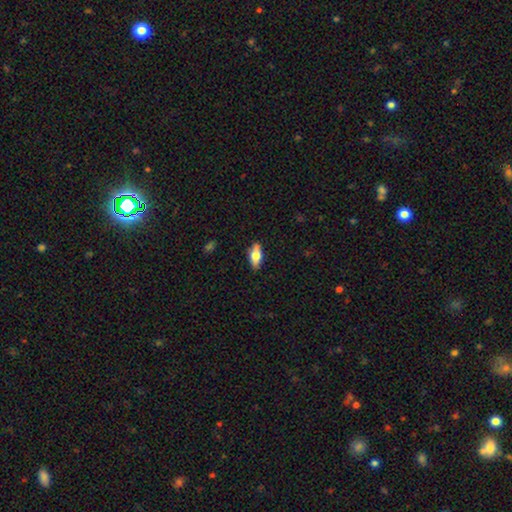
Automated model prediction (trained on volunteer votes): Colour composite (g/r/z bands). It shows a smooth galaxy with no disk features (56%) that is in between round and cigar-shaped (79%). Merging: none (85%).